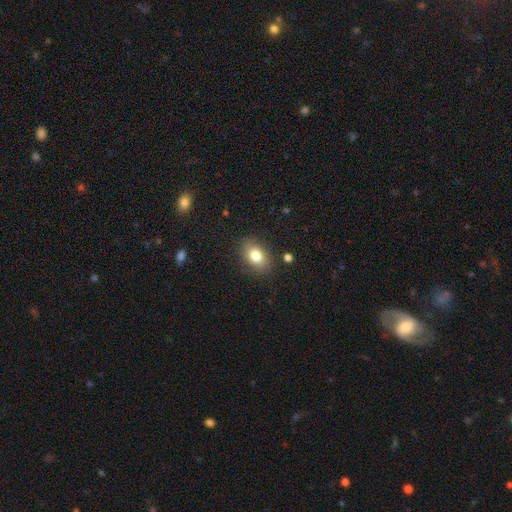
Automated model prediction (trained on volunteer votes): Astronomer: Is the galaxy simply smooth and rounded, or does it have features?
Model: smooth — 80%.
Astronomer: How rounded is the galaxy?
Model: in between — 77%.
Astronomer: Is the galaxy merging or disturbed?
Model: none — 85%.